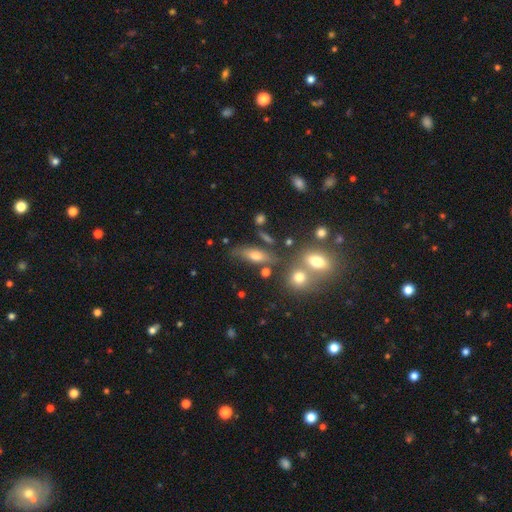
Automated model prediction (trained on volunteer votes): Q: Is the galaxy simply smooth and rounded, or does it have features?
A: smooth — 61%.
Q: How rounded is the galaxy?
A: in between — 63%.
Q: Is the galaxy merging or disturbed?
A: none — 59%.